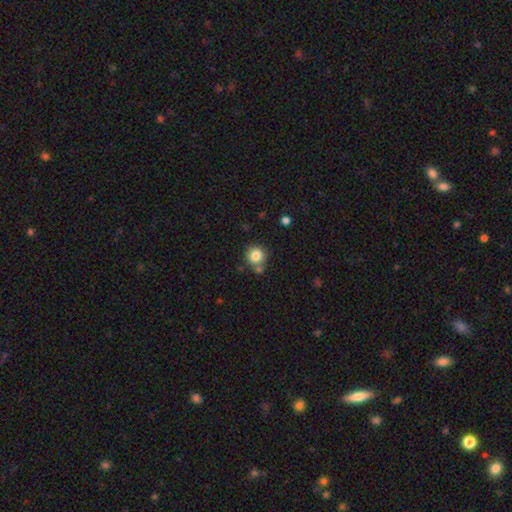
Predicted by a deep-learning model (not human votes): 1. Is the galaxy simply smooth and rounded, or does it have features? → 82% smooth, 11% star or artifact, 7% featured or disk.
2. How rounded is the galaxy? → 91% round, 8% in between, 1% cigar-shaped.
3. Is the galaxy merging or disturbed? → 71% none, 15% merger, 11% minor disturbance, 3% major disturbance.